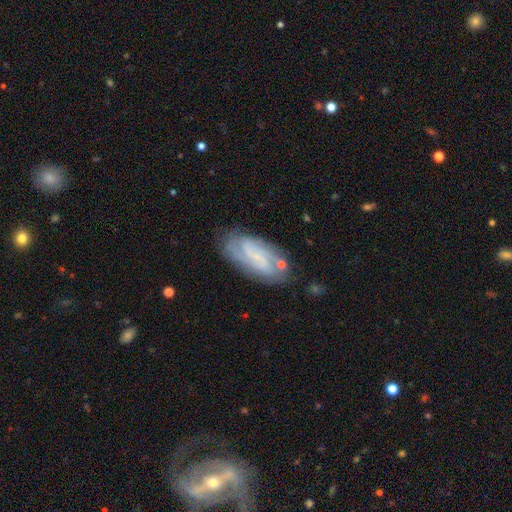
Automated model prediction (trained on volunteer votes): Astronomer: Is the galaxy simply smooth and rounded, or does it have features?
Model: featured or disk — 57% (runner-up: smooth, 34%).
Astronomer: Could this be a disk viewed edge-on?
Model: no — 91%.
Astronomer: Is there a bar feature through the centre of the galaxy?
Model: no — 45% (runner-up: weak, 39%).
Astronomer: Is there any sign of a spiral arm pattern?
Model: yes — 77%.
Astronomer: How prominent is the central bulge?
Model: small — 50% (runner-up: none, 36%).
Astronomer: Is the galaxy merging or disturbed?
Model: none — 70%.